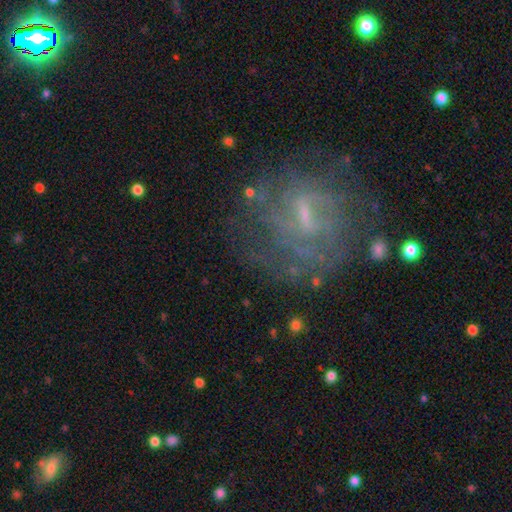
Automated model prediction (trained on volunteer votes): Smooth or featured: featured or disk — 69% (smooth — 17%)
Edge-on disk: no — 95% (yes — 5%)
Bar: weak — 54% (no — 25%)
Spiral arms: yes — 65% (no — 35%)
Bulge size: small — 54% (moderate — 22%)
Merging: none — 66% (minor disturbance — 17%)